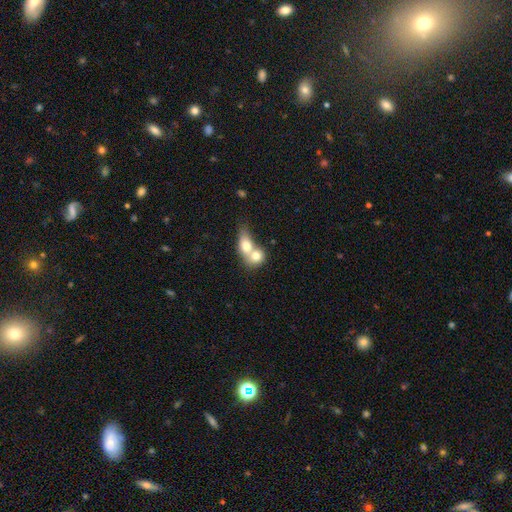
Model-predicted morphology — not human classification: A smooth galaxy with no disk features (70%) that is round (51%).

Vote fractions:
- Smooth or featured? smooth: 70% / featured or disk: 23% / star or artifact: 7%
- How rounded? round: 51% / in between: 46% / cigar-shaped: 3%
- Merging? merger: 78% / none: 14% / minor disturbance: 4% / major disturbance: 3%